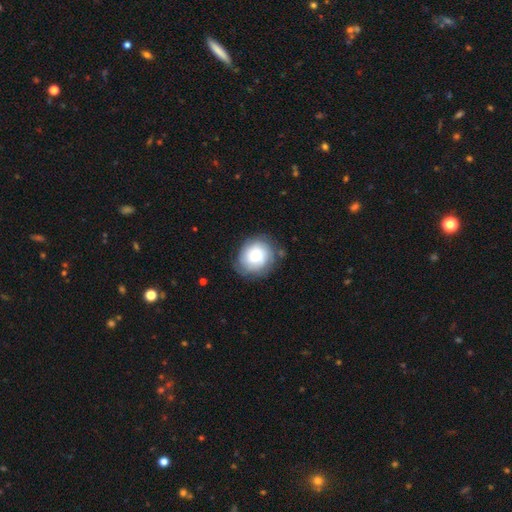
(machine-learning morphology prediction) Smooth or featured? Predicted: smooth (p=0.60). How rounded? Predicted: round (p=0.77). Merging? Predicted: none (p=0.75).